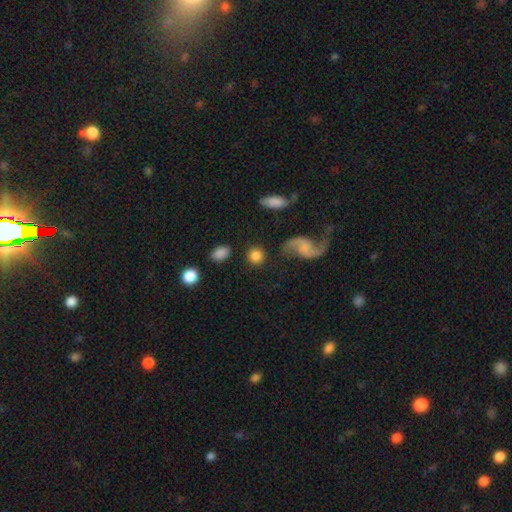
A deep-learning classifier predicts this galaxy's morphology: Smooth or featured? smooth (78%)
How rounded? round (85%)
Merging? none (80%)